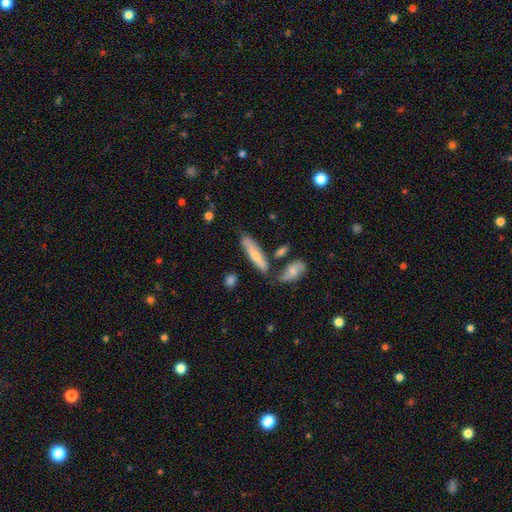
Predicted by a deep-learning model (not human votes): The model was most divided on "smooth or featured": smooth: 61%, featured or disk: 33%, star or artifact: 6%. More confident: how rounded — cigar-shaped (71%); merging — none (64%).